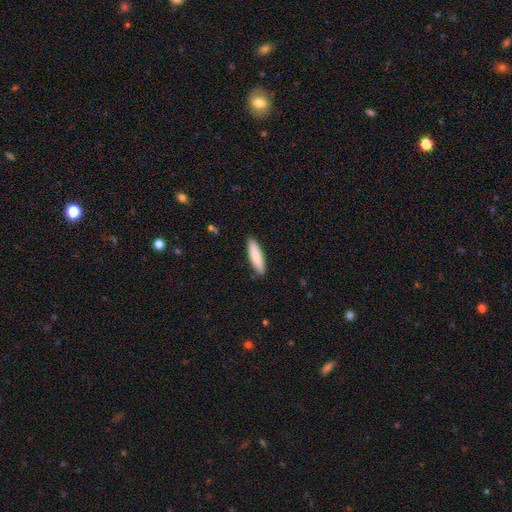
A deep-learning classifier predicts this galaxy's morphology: A smooth galaxy with no disk features (85%) that is cigar-shaped (69%).

Vote fractions:
- Smooth or featured? smooth: 85% / featured or disk: 10% / star or artifact: 5%
- How rounded? cigar-shaped: 69% / in between: 30% / round: 1%
- Merging? none: 89% / minor disturbance: 8% / major disturbance: 2% / merger: 1%